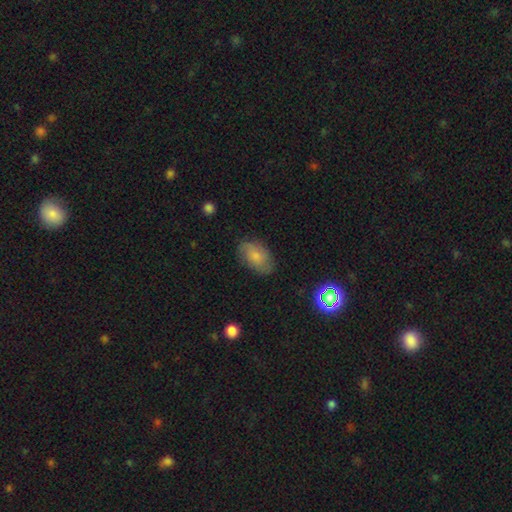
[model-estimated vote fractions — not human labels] Smooth or featured? smooth (71%)
How rounded? in between (91%)
Merging? none (76%)